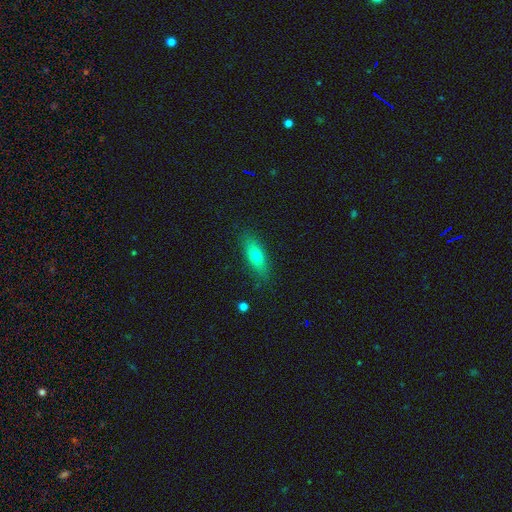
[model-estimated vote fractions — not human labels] A smooth galaxy with no disk features (71%) that is in between round and cigar-shaped (60%).

Vote fractions:
- Smooth or featured? smooth: 71% / featured or disk: 21% / star or artifact: 8%
- How rounded? in between: 60% / cigar-shaped: 36% / round: 4%
- Merging? none: 84% / minor disturbance: 12% / major disturbance: 3% / merger: 1%